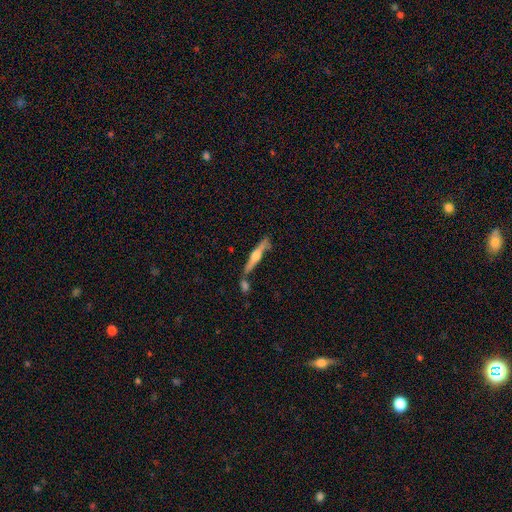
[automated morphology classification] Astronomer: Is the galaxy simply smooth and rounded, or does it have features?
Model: featured or disk — 65%.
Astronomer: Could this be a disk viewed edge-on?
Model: yes — 97%.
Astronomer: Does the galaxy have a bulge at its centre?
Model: rounded — 88%.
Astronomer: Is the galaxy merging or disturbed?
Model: none — 71%.